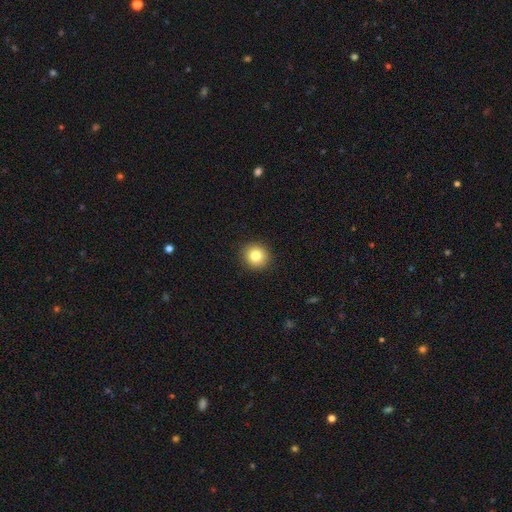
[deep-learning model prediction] smooth 83%, star or artifact 10%, featured or disk 7%. Down the decision tree: how rounded — round (91%); merging — none (92%).